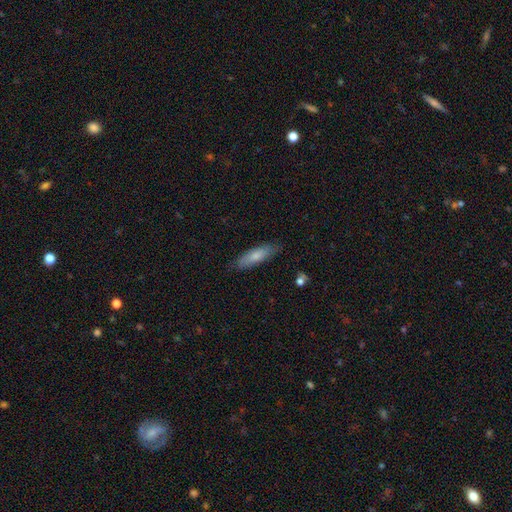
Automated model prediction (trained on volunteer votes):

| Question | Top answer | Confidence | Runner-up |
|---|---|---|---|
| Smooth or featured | smooth | 75% | featured or disk (20%) |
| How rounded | cigar-shaped | 59% | in between (40%) |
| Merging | none | 82% | minor disturbance (14%) |